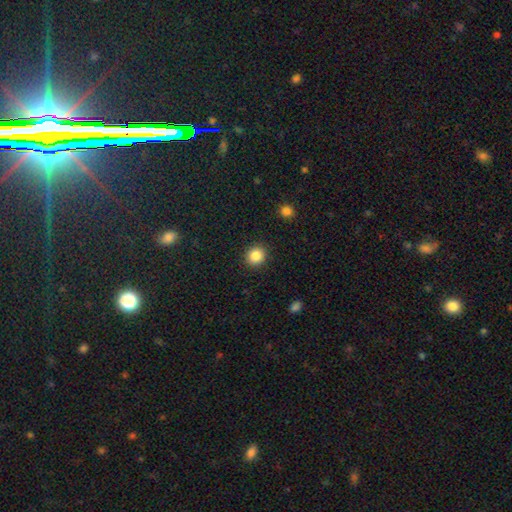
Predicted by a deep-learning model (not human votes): smooth 86%, star or artifact 10%, featured or disk 4%. Down the decision tree: how rounded — round (88%); merging — none (91%).